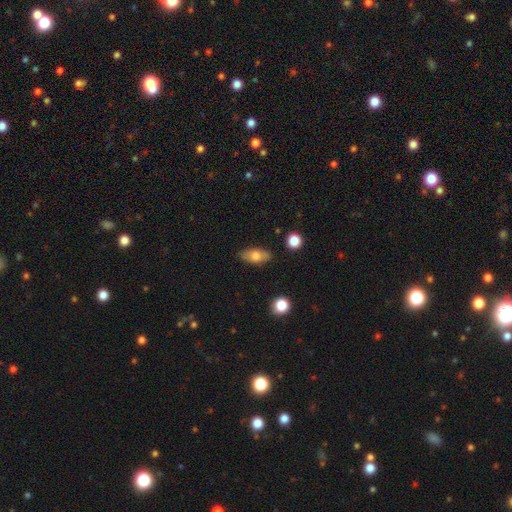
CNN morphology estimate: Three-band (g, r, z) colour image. It shows a smooth galaxy with no disk features (71%) that is in between round and cigar-shaped (84%). Merging: none (83%).